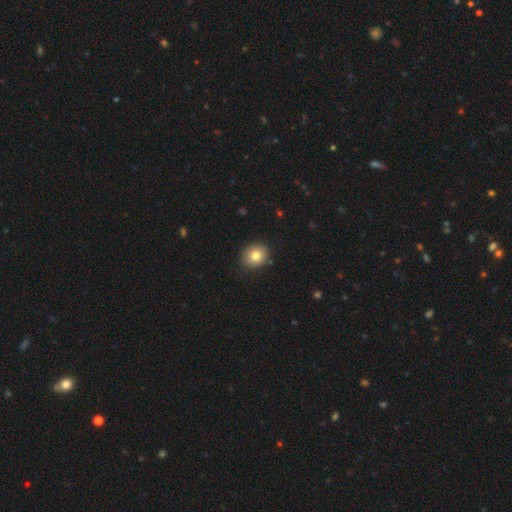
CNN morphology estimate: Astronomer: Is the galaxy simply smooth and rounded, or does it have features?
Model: smooth — 78%.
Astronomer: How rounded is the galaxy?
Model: round — 71%.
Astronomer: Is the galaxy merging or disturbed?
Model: none — 86%.